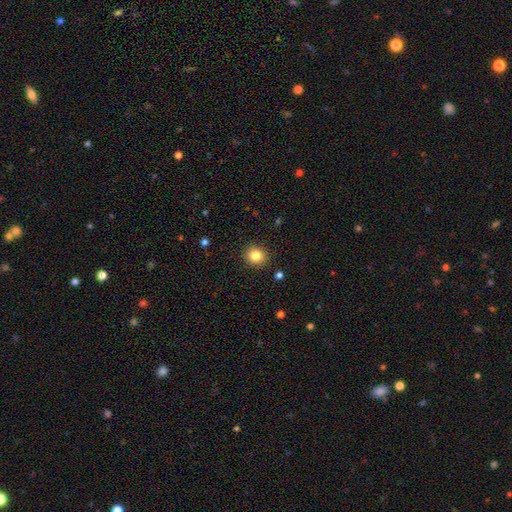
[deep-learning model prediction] This is clearly a smooth galaxy (83%). How rounded: clearly round (87%). Merging: clearly none (91%).